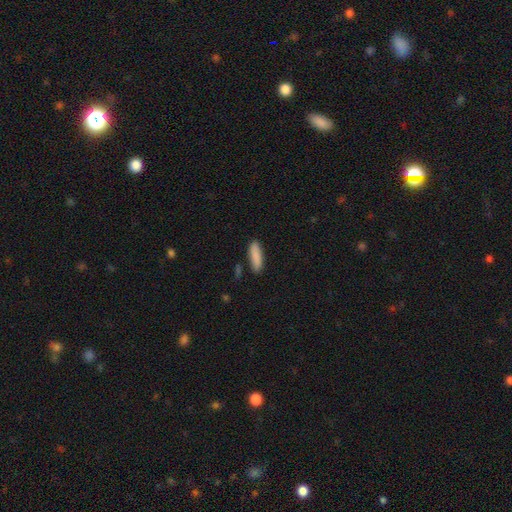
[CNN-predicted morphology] This is clearly a smooth galaxy (87%). How rounded: possibly cigar-shaped (57%). Merging: clearly none (83%).